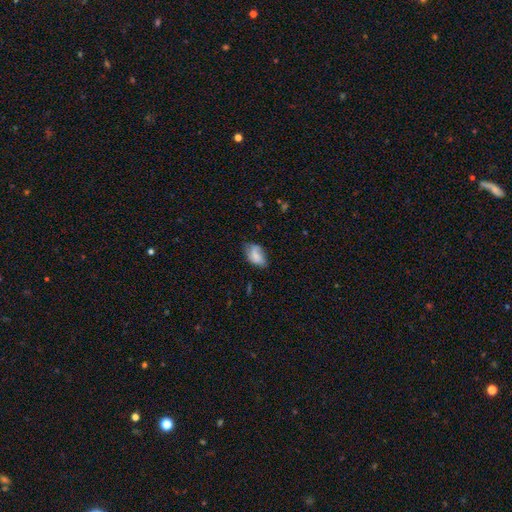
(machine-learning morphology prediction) Smooth or featured?
  - smooth: 68% *
  - featured or disk: 24%
  - star or artifact: 8%
How rounded?
  - in between: 90% *
  - round: 8%
  - cigar-shaped: 2%
Merging?
  - none: 48% *
  - minor disturbance: 37%
  - major disturbance: 12%
  - merger: 3%